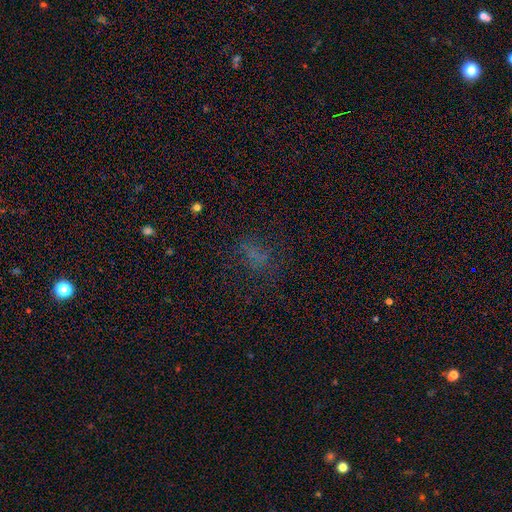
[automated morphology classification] This appears to be a smooth galaxy with no disk features (45%). Merging: none (62%).